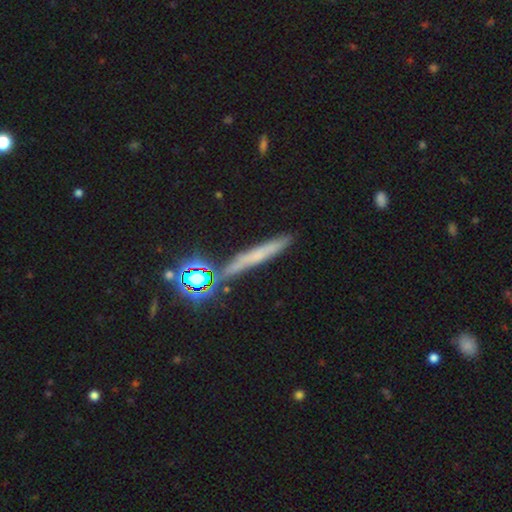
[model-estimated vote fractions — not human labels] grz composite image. It shows a smooth galaxy with no disk features (45%). Merging: none (79%).